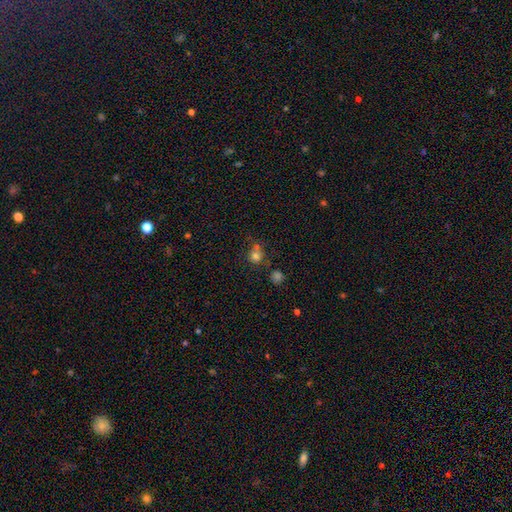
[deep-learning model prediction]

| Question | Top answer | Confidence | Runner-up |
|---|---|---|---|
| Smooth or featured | smooth | 75% | star or artifact (15%) |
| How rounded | round | 84% | in between (15%) |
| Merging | none | 56% | merger (22%) |